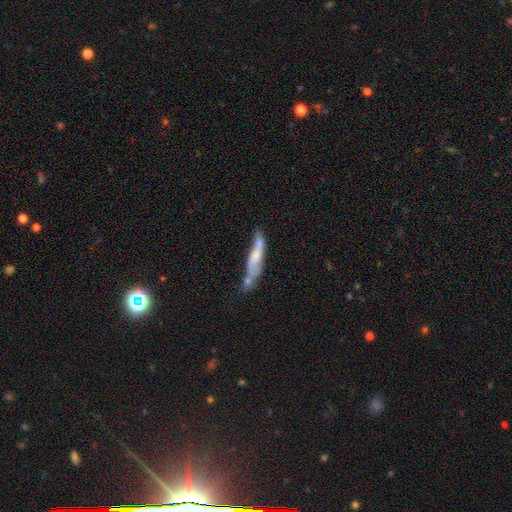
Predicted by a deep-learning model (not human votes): featured or disk 47%, smooth 46%, star or artifact 7%. Down the decision tree: merging — none (34%).